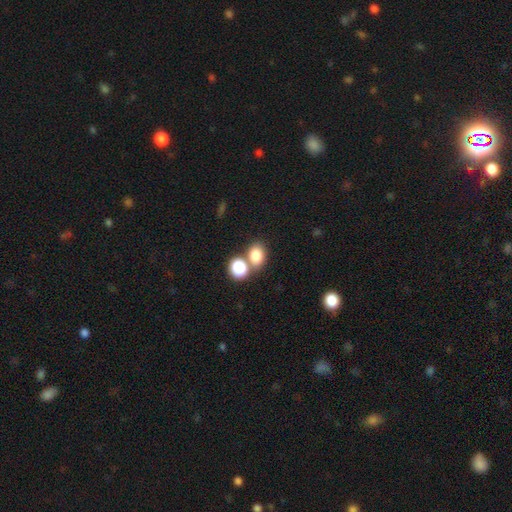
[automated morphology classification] A smooth galaxy with no disk features (81%) that is in between round and cigar-shaped (57%).

Vote fractions:
- Smooth or featured? smooth: 81% / star or artifact: 12% / featured or disk: 7%
- How rounded? in between: 57% / round: 42% / cigar-shaped: 1%
- Merging? none: 53% / merger: 35% / minor disturbance: 9% / major disturbance: 4%